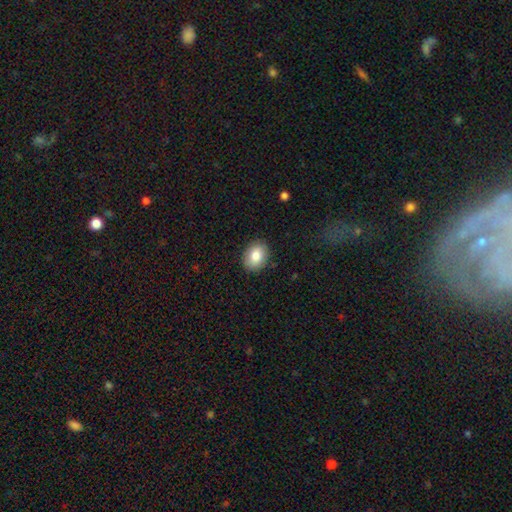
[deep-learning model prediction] Overall: smooth (84%). How rounded: in between (67%; round 32%). Merging: none (88%).